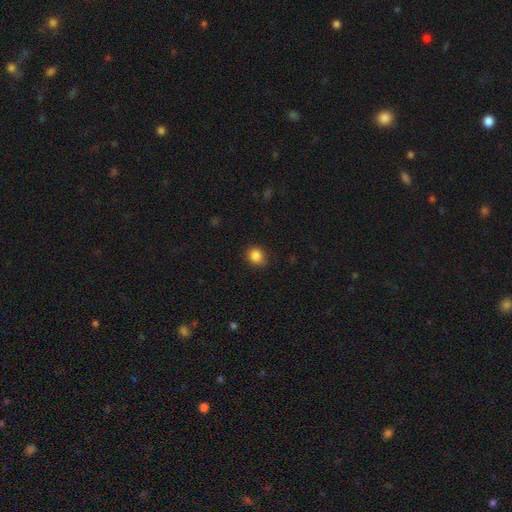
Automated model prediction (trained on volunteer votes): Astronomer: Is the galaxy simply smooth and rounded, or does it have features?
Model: smooth — 86%.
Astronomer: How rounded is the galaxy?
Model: round — 71%.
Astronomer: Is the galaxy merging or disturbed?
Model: none — 81%.